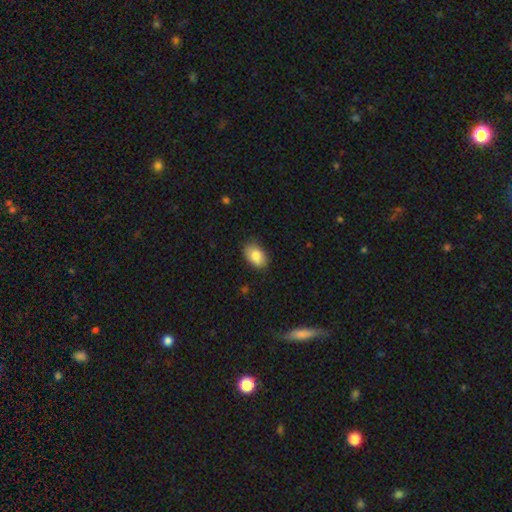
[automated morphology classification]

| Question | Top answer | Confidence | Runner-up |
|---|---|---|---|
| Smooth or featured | smooth | 83% | featured or disk (9%) |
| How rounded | in between | 85% | round (14%) |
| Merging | none | 82% | minor disturbance (15%) |